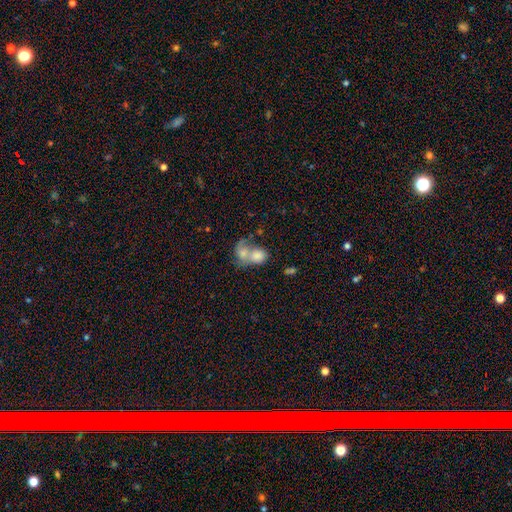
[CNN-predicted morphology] type=smooth (69%); roundness=in between (50%); merging=merger (76%).